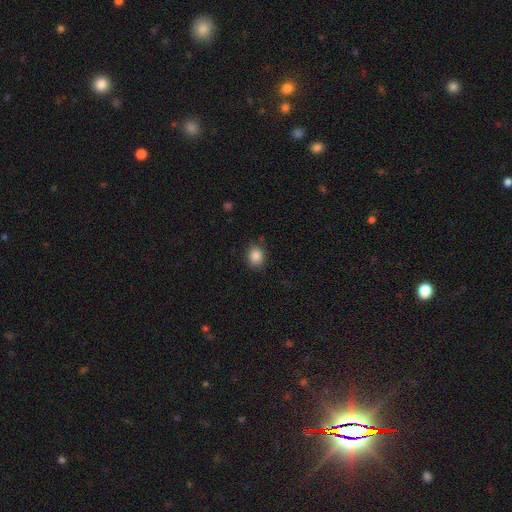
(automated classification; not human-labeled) Smooth or featured?
  - smooth: 87% *
  - star or artifact: 9%
  - featured or disk: 4%
How rounded?
  - round: 64% *
  - in between: 35%
  - cigar-shaped: 1%
Merging?
  - none: 86% *
  - minor disturbance: 10%
  - major disturbance: 3%
  - merger: 1%